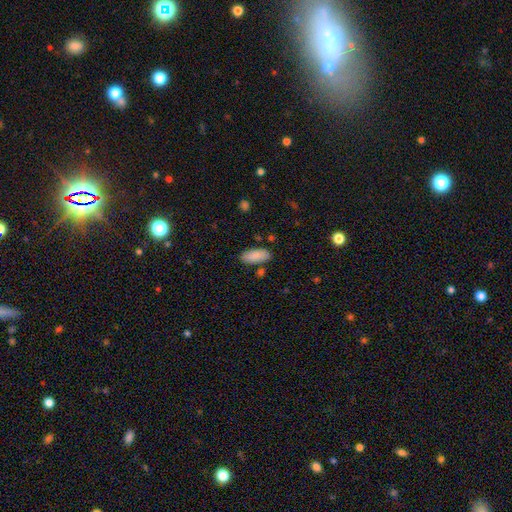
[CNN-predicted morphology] Q: Smooth or featured?
A: smooth (89%); runner-up: star or artifact (6%)
Q: How rounded?
A: in between (84%); runner-up: cigar-shaped (14%)
Q: Merging?
A: none (82%); runner-up: minor disturbance (11%)